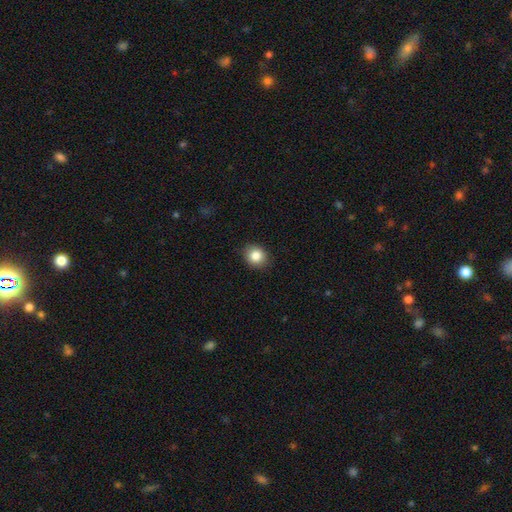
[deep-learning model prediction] Overall: smooth (85%). How rounded: round (73%). Merging: none (88%).